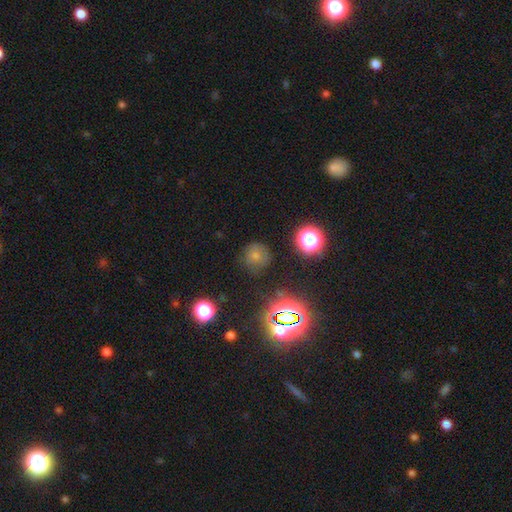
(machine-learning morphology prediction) smooth-or-featured: smooth: 65% | star or artifact: 26% | featured or disk: 10%
  how-rounded: round: 91% | in between: 8% | cigar-shaped: 1%
  merging: none: 77% | minor disturbance: 15% | major disturbance: 6% | merger: 3%